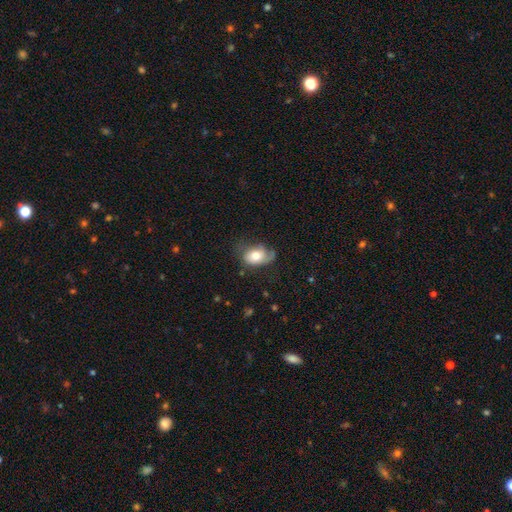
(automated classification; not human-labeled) Q: Smooth or featured?
A: smooth (59%); runner-up: featured or disk (33%)
Q: How rounded?
A: in between (79%); runner-up: round (19%)
Q: Merging?
A: none (38%); runner-up: minor disturbance (32%)